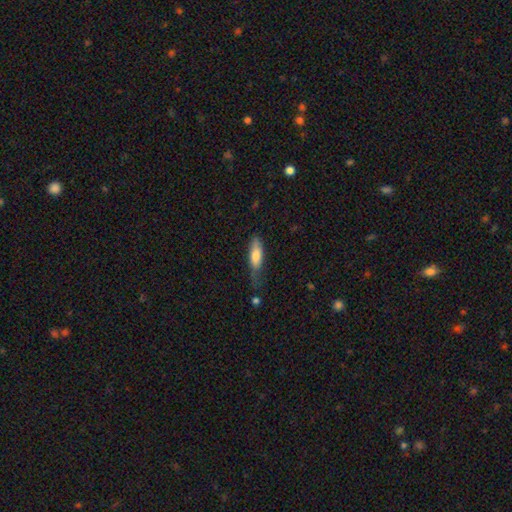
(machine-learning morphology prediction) smooth 76%, featured or disk 18%, star or artifact 6%. Down the decision tree: how rounded — in between (53%); merging — none (47%).